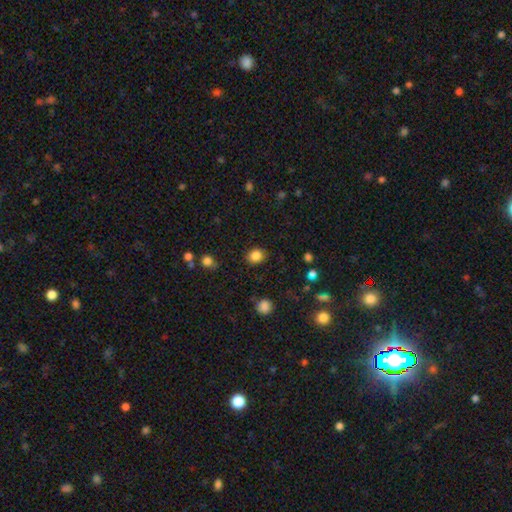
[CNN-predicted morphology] Overall: smooth (85%). How rounded: round (66%; in between 33%). Merging: none (87%).